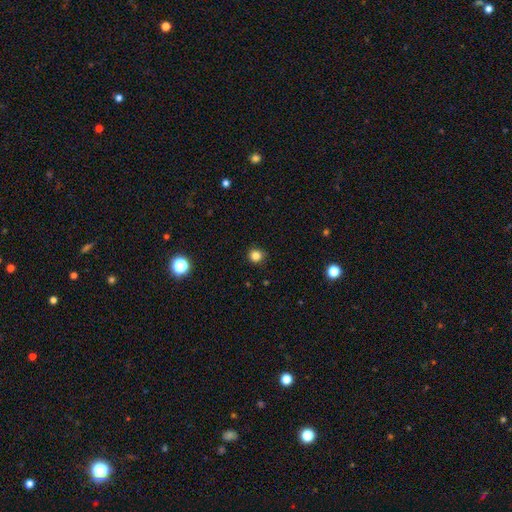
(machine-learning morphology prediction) Smooth or featured? smooth (83%)
How rounded? round (92%)
Merging? none (89%)